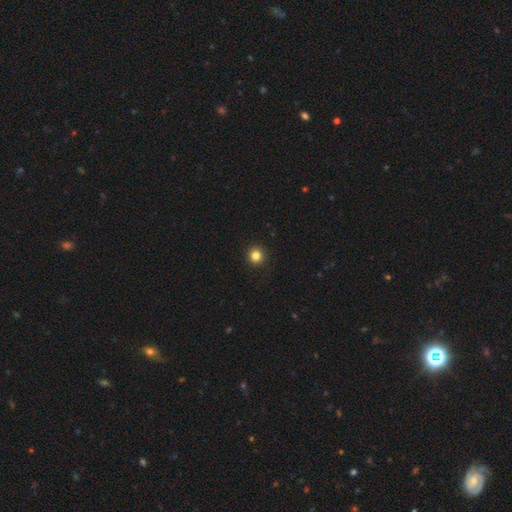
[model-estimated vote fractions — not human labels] This is clearly a smooth galaxy (83%). How rounded: clearly round (95%). Merging: clearly none (94%).